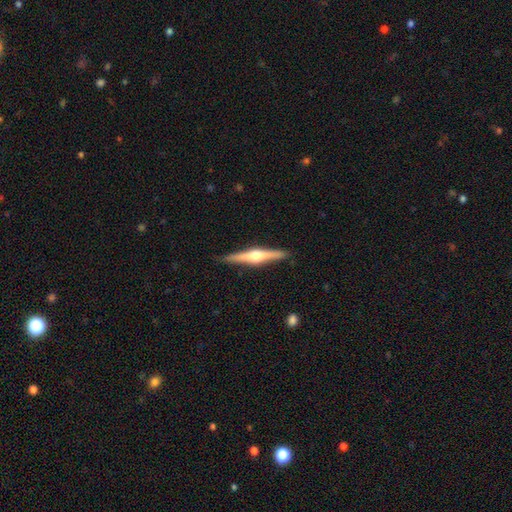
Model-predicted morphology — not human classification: A featured or disk galaxy (73%) viewed edge-on (98%) with a rounded central bulge (93%).

Vote fractions:
- Smooth or featured? featured or disk: 73% / smooth: 22% / star or artifact: 5%
- Edge-on disk? yes: 98% / no: 2%
- Edge-on bulge? rounded: 93% / boxy: 4% / none: 3%
- Merging? none: 90% / minor disturbance: 8% / major disturbance: 1% / merger: 1%